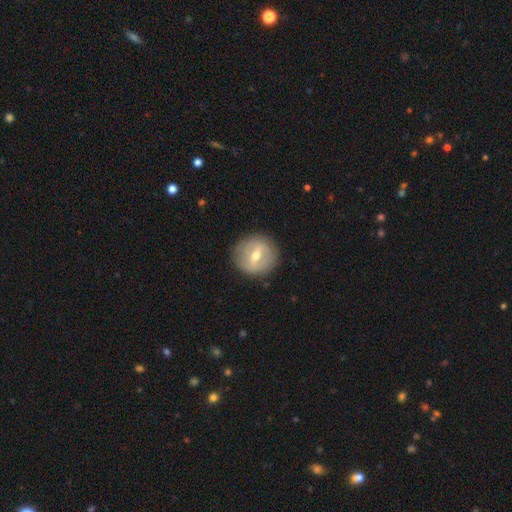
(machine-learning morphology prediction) smooth-or-featured: featured or disk: 60% | smooth: 33% | star or artifact: 7%
  disk-edge-on: no: 89% | yes: 11%
    bar: strong: 51% | weak: 39% | no: 10%
    has-spiral-arms: no: 76% | yes: 24%
    bulge-size: moderate: 64% | small: 31% | large: 3% | none: 1% | dominant: 1%
  merging: none: 87% | minor disturbance: 9% | major disturbance: 3% | merger: 1%